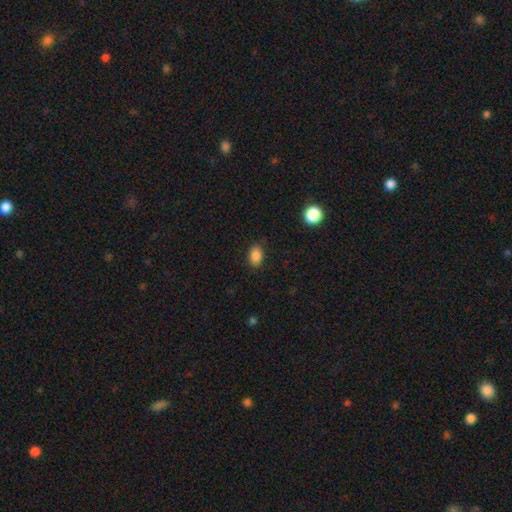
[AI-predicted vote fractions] Smooth or featured?
  - smooth: 86% *
  - star or artifact: 9%
  - featured or disk: 5%
How rounded?
  - in between: 83% *
  - round: 15%
  - cigar-shaped: 1%
Merging?
  - none: 84% *
  - minor disturbance: 12%
  - major disturbance: 3%
  - merger: 1%